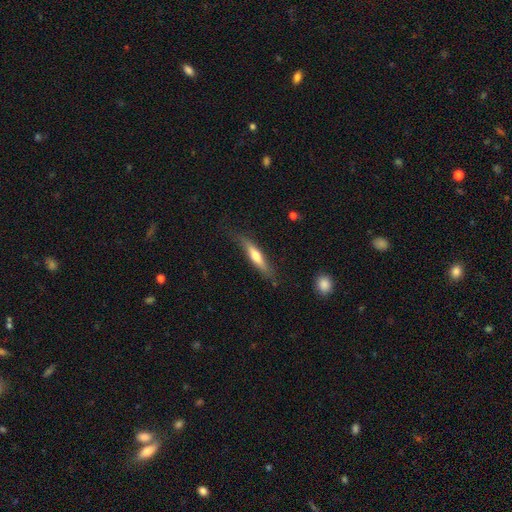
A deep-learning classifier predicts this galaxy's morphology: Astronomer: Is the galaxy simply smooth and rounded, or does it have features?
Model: smooth — 50% (runner-up: featured or disk, 44%).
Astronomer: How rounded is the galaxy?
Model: cigar-shaped — 83%.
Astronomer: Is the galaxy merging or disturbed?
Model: none — 73%.